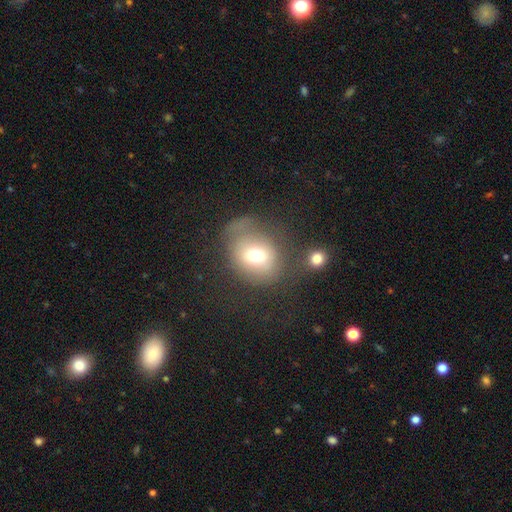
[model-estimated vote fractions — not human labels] Smooth or featured?
  - smooth: 68% *
  - featured or disk: 20%
  - star or artifact: 12%
How rounded?
  - round: 63% *
  - in between: 36%
  - cigar-shaped: 1%
Merging?
  - none: 45% *
  - minor disturbance: 22%
  - major disturbance: 21%
  - merger: 11%